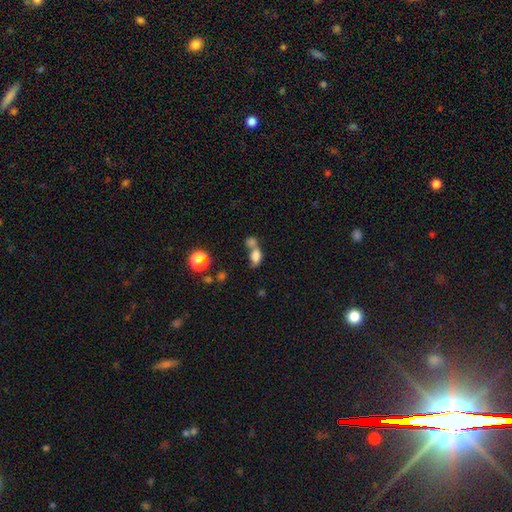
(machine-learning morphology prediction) This is likely a smooth galaxy (76%). How rounded: clearly in between (82%). Merging: possibly merger (55%).